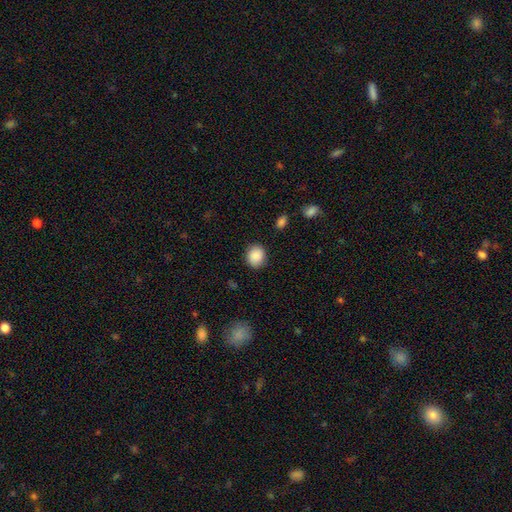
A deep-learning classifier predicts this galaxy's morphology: This is clearly a smooth galaxy (89%). How rounded: likely round (74%). Merging: clearly none (87%).